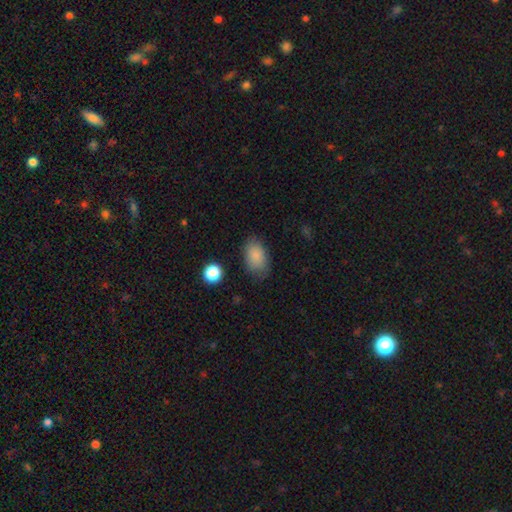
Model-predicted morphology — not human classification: A smooth galaxy with no disk features (86%) that is in between round and cigar-shaped (88%). Merging: none (74%).